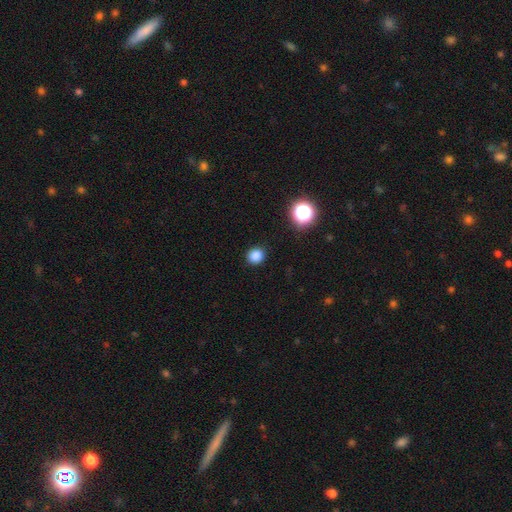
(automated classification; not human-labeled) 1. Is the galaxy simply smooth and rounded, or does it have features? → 84% smooth, 13% star or artifact, 3% featured or disk.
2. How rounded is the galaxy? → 84% round, 15% in between, 1% cigar-shaped.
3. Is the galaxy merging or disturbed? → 91% none, 6% minor disturbance, 2% major disturbance, 1% merger.